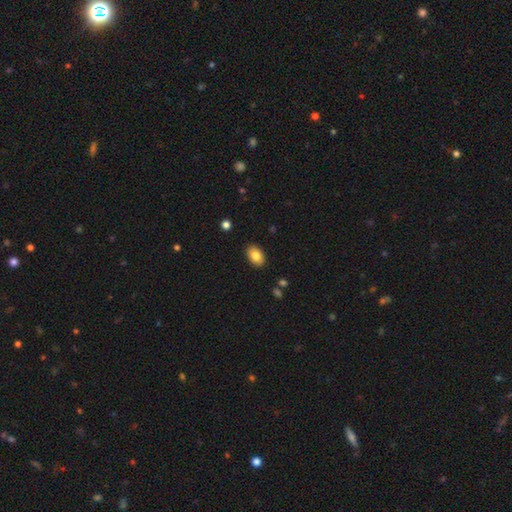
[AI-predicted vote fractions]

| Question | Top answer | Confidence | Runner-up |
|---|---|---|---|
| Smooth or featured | smooth | 83% | featured or disk (9%) |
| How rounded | in between | 89% | round (10%) |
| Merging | none | 88% | minor disturbance (9%) |